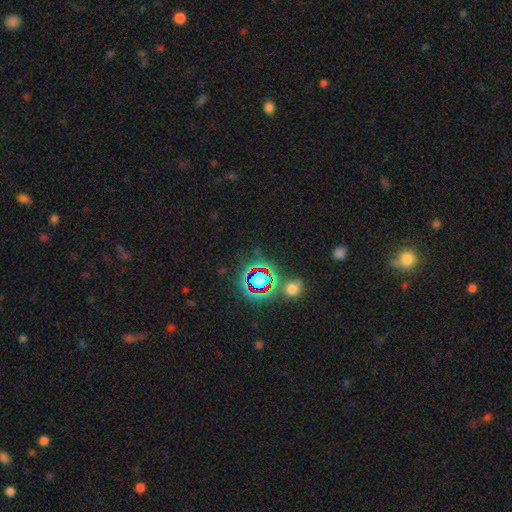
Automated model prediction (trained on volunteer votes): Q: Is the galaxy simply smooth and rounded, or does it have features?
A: star or artifact — 76%.